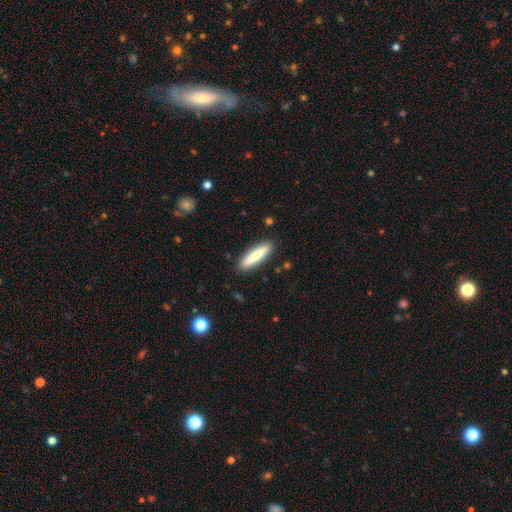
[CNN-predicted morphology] smooth_or_featured: smooth (p=0.74) [alt: featured or disk p=0.21]
how_rounded: cigar-shaped (p=0.80) [alt: in between p=0.18]
merging: none (p=0.89) [alt: minor disturbance p=0.08]